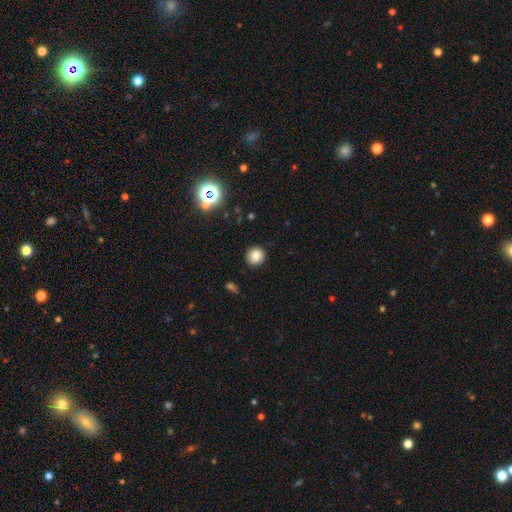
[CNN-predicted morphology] Smooth or featured? smooth (81%)
How rounded? round (87%)
Merging? none (88%)